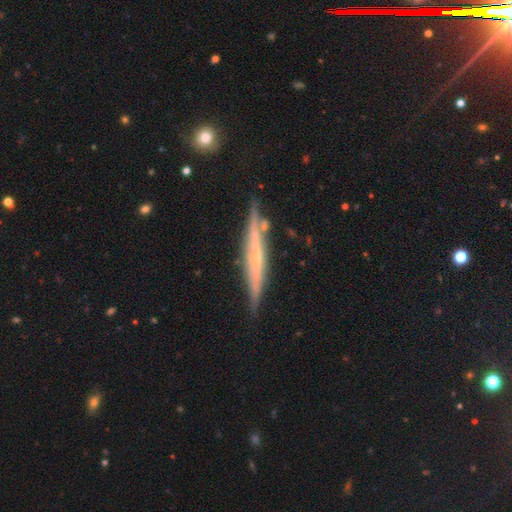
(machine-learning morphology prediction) smooth_or_featured: featured or disk (p=0.72) [alt: smooth p=0.22]
disk_edge_on: yes (p=0.92) [alt: no p=0.08]
edge_on_bulge: none (p=0.59) [alt: rounded p=0.32]
merging: none (p=0.76) [alt: minor disturbance p=0.17]